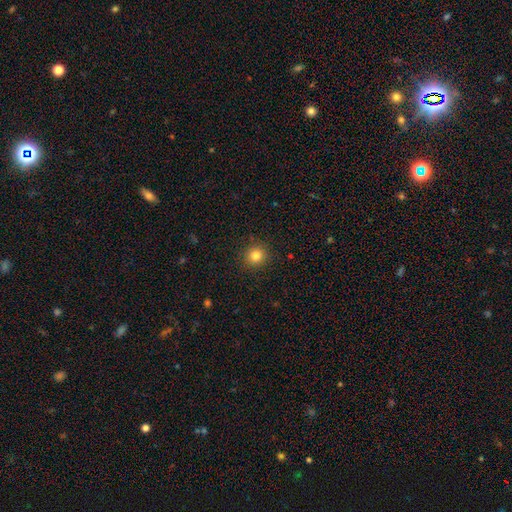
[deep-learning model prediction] This appears to be a smooth galaxy with no disk features (82%) that is round (91%). Merging: none (91%).